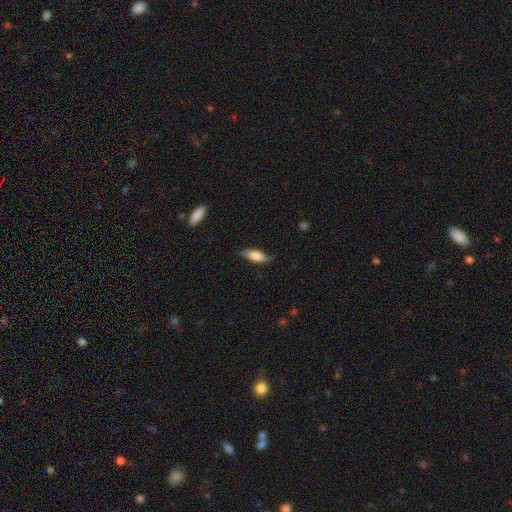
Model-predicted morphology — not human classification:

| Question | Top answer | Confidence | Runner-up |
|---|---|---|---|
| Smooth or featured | smooth | 75% | featured or disk (18%) |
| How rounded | in between | 66% | cigar-shaped (32%) |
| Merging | none | 78% | minor disturbance (18%) |